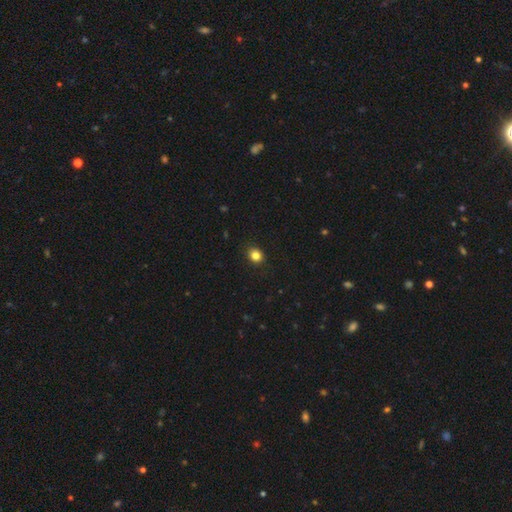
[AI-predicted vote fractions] Smooth or featured? smooth (83%)
How rounded? round (74%)
Merging? none (91%)